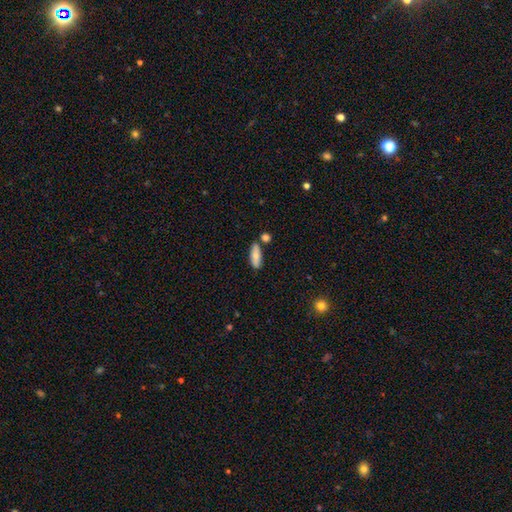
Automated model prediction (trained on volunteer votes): smooth 78%, featured or disk 15%, star or artifact 6%. Down the decision tree: how rounded — in between (66%); merging — none (74%).